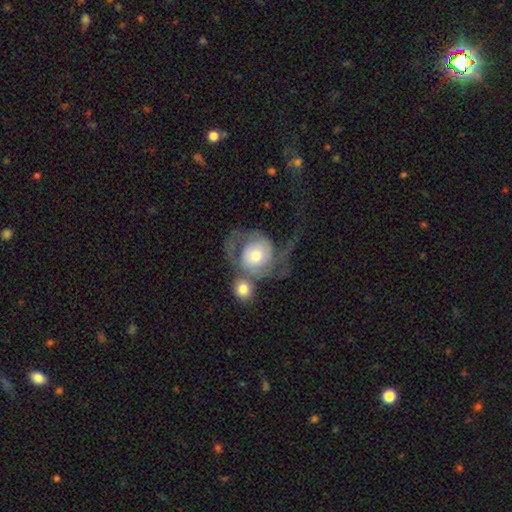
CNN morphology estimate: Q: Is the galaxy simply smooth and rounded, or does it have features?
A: featured or disk — 65%.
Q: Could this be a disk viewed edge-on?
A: no — 96%.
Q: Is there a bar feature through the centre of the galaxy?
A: no — 79%.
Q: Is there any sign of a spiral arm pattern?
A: yes — 76%.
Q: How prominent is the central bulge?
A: moderate — 58%.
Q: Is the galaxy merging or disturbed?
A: merger — 36%.